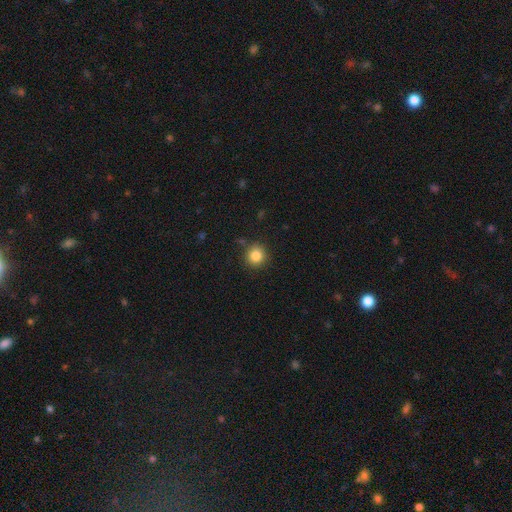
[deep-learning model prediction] Overall: smooth (84%). How rounded: round (93%). Merging: none (87%).